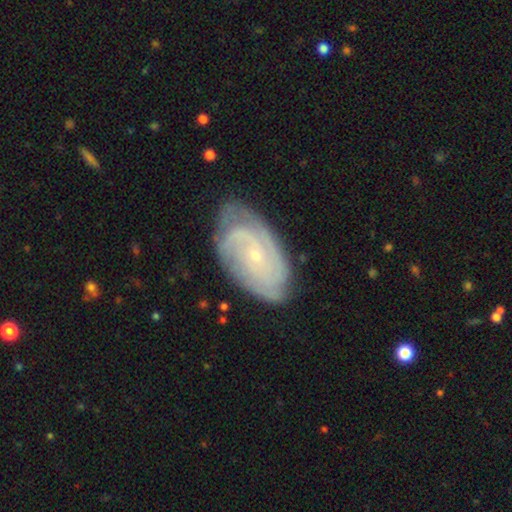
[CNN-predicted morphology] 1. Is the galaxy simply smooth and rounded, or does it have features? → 85% featured or disk, 10% smooth, 6% star or artifact.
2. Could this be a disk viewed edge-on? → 96% no, 4% yes.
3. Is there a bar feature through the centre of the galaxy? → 72% no, 23% weak, 5% strong.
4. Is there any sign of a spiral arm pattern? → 96% yes, 4% no.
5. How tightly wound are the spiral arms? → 68% tight, 26% medium, 5% loose.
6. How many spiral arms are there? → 28% can't tell, 27% 2, 22% 3, 12% 4, 6% more than 4, 6% 1.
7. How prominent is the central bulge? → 85% small, 12% moderate, 2% none, 1% large, 1% dominant.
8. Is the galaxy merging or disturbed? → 74% none, 20% minor disturbance, 5% major disturbance, 1% merger.